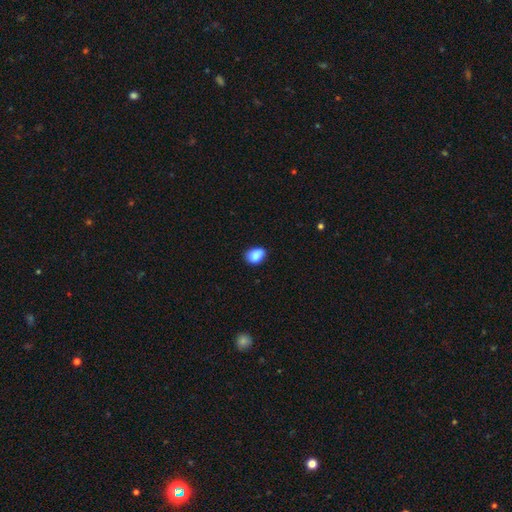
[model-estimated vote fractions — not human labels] smooth_or_featured: smooth (p=0.84) [alt: star or artifact p=0.09]
how_rounded: in between (p=0.67) [alt: round p=0.32]
merging: none (p=0.55) [alt: minor disturbance p=0.33]